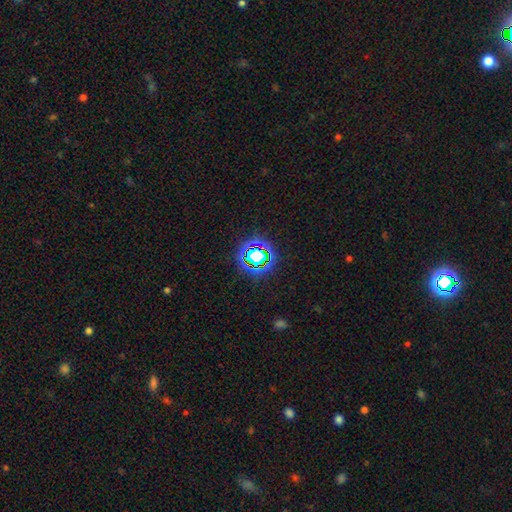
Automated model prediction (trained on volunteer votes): This appears to be a star or artifact, not a galaxy (63%).